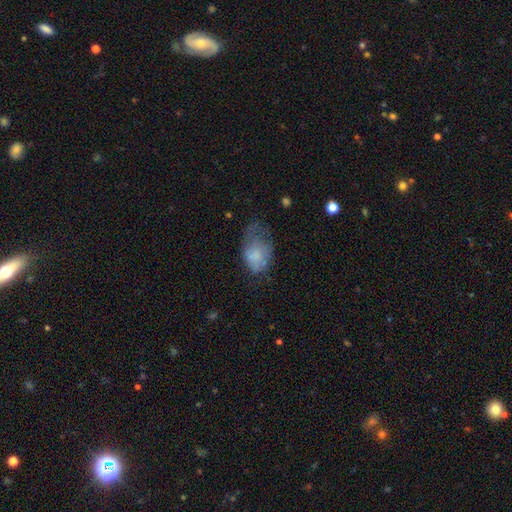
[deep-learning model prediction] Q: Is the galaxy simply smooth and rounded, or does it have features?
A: smooth — 64%.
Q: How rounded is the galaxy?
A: in between — 84%.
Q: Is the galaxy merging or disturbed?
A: major disturbance — 38%.